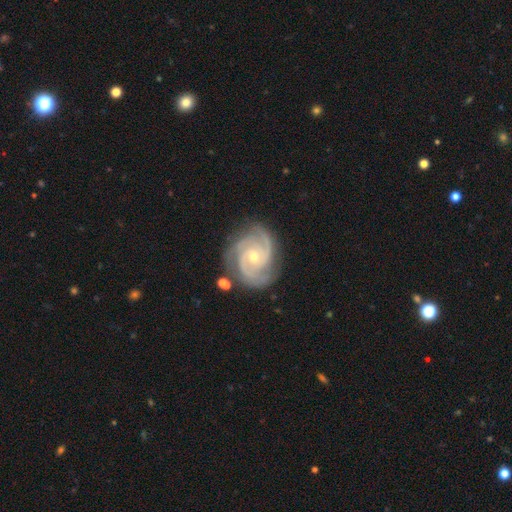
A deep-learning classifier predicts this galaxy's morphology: Overall: featured or disk (91%). Edge-on disk: no (98%). Bar: no (66%). Spiral arms: yes (99%). Spiral arm count: 3 (49%; 2 27%). Spiral winding: tight (62%; medium 34%). Bulge size: small (60%; moderate 37%). Merging: none (78%).